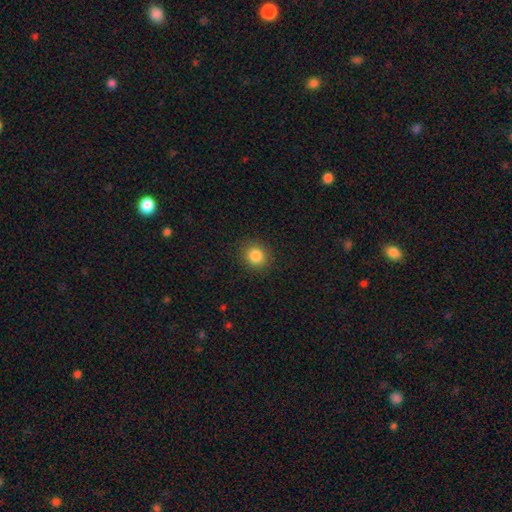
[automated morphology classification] Smooth or featured? smooth (85%)
How rounded? round (83%)
Merging? none (89%)